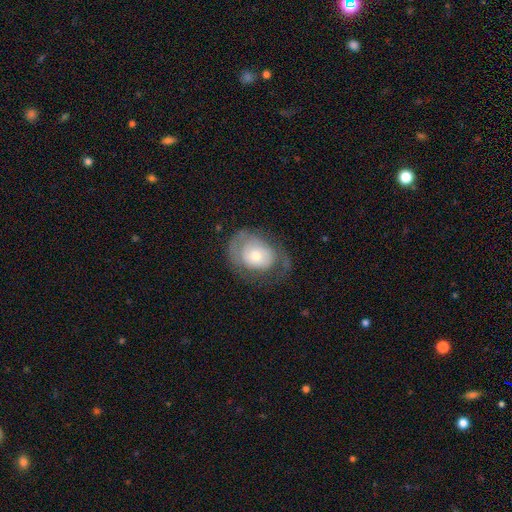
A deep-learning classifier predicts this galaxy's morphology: Smooth or featured? Predicted: featured or disk (p=0.51). Edge-on disk? Predicted: no (p=0.95). Merging? Predicted: none (p=0.48).